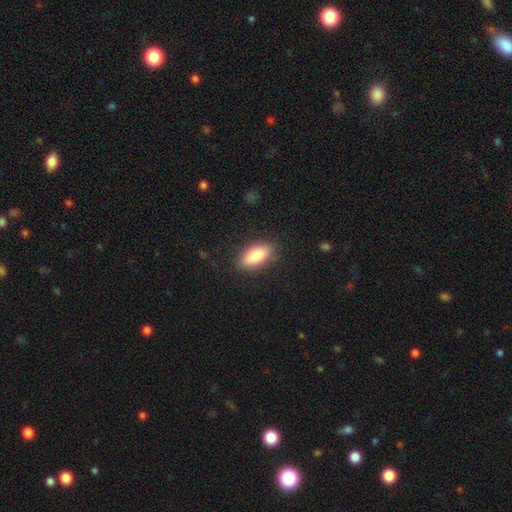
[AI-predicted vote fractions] smooth 84%, featured or disk 9%, star or artifact 6%. Down the decision tree: how rounded — in between (82%); merging — none (85%).